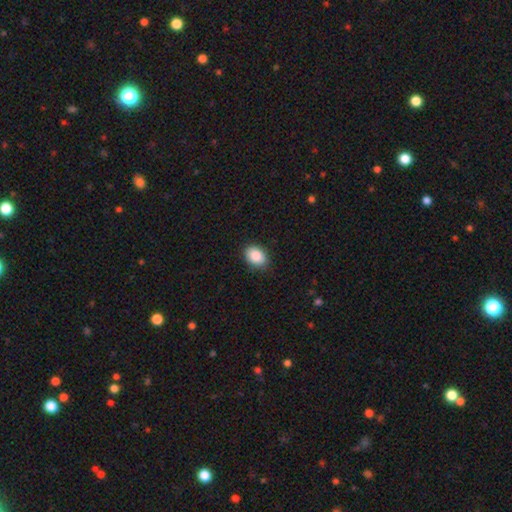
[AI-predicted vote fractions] Morphology: type=smooth (88%); roundness=in between (82%); merging=none (88%).